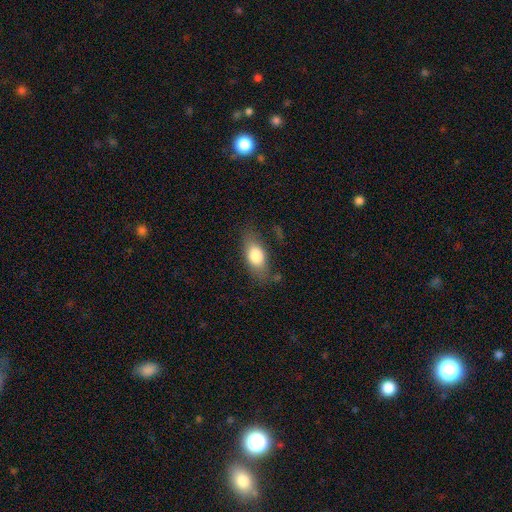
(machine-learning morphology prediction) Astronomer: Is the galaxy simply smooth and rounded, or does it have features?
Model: smooth — 76%.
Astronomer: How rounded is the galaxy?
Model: in between — 85%.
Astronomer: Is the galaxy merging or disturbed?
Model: none — 70%.